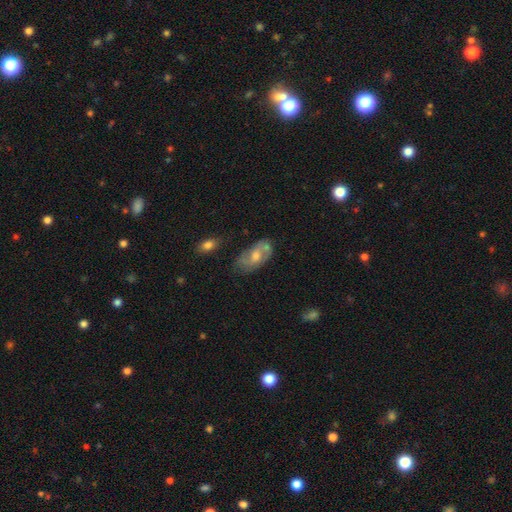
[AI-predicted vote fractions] This appears to be a featured or disk galaxy (61%) with no bar (59%), spiral arms (72%) and a moderate central bulge (64%). Merging: none (63%).